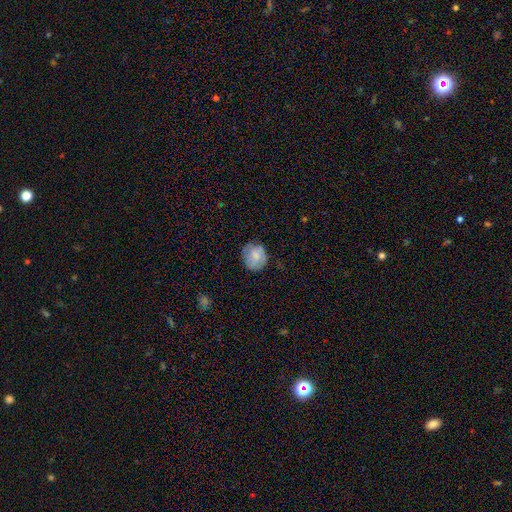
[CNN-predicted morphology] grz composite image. It shows a smooth galaxy with no disk features (73%) that is round (80%). Merging: none (71%).